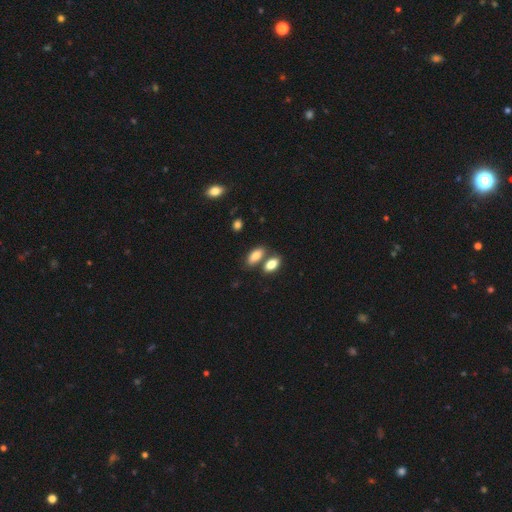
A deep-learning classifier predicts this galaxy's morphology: Q: Smooth or featured?
A: smooth (82%); runner-up: featured or disk (11%)
Q: How rounded?
A: in between (87%); runner-up: cigar-shaped (9%)
Q: Merging?
A: none (58%); runner-up: merger (28%)